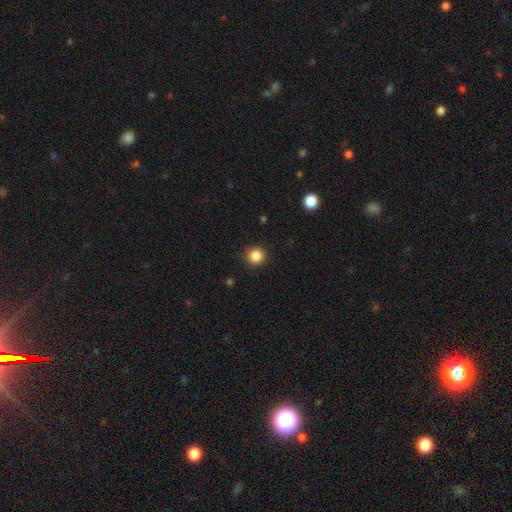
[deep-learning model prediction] Smooth or featured?
  - smooth: 86% *
  - star or artifact: 11%
  - featured or disk: 3%
How rounded?
  - round: 94% *
  - in between: 5%
  - cigar-shaped: 1%
Merging?
  - none: 90% *
  - minor disturbance: 6%
  - major disturbance: 2%
  - merger: 1%